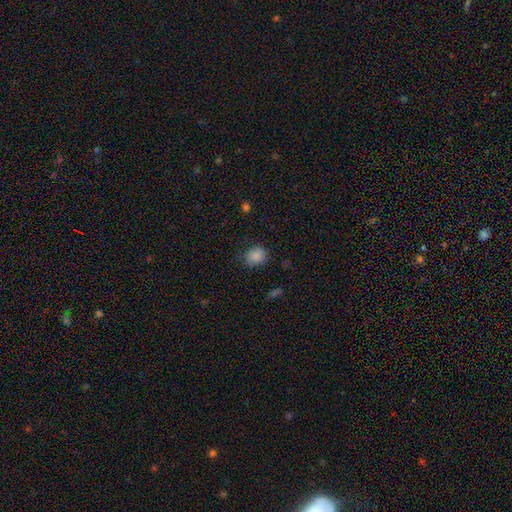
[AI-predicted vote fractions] Smooth or featured: smooth — 86% (star or artifact — 10%)
How rounded: round — 62% (in between — 37%)
Merging: none — 77% (minor disturbance — 17%)